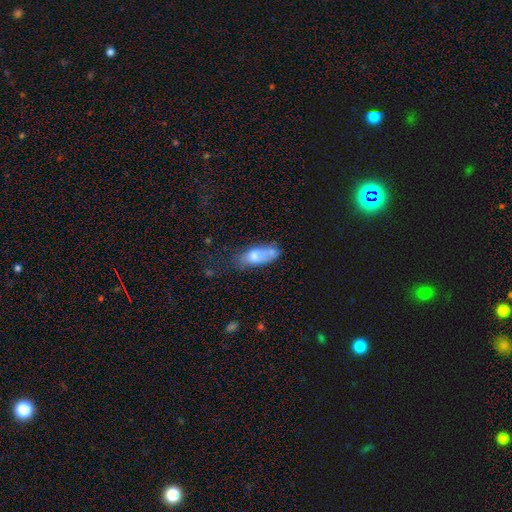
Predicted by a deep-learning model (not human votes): smooth 63%, featured or disk 28%, star or artifact 9%. Down the decision tree: how rounded — in between (81%); merging — none (30%).